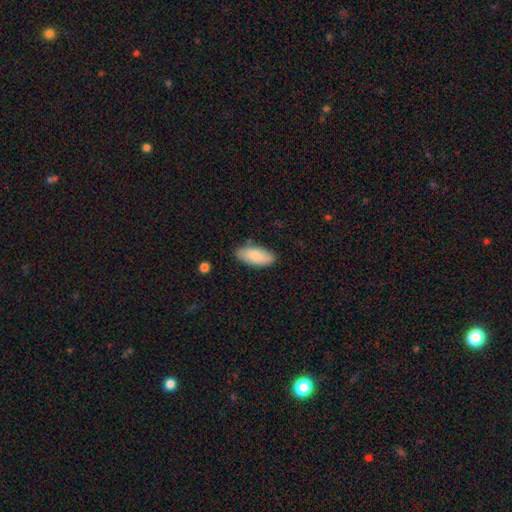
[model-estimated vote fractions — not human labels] Smooth or featured? Predicted: smooth (p=0.83). How rounded? Predicted: in between (p=0.88). Merging? Predicted: none (p=0.83).